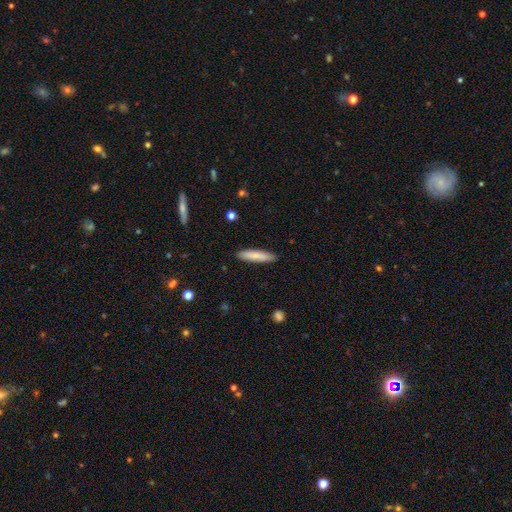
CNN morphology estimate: Smooth or featured? smooth (81%)
How rounded? cigar-shaped (81%)
Merging? none (90%)